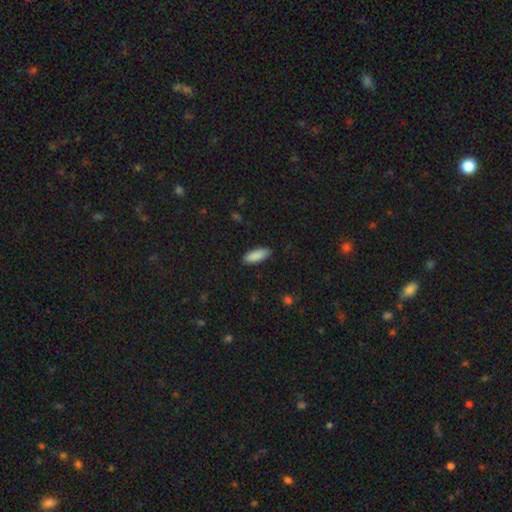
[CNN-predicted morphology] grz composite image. It shows a smooth galaxy with no disk features (89%) that is in between round and cigar-shaped (75%). Merging: none (86%).